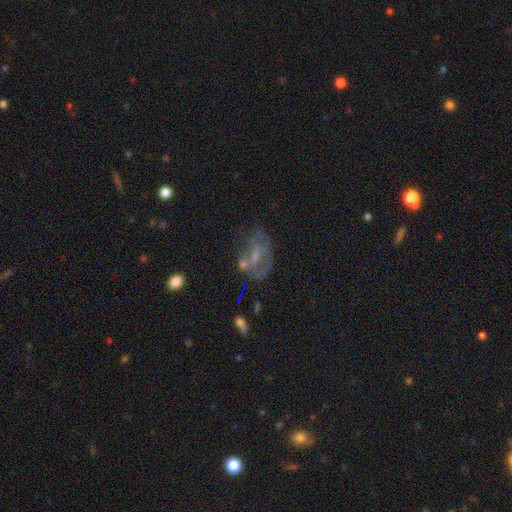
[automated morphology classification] featured or disk 58%, smooth 29%, star or artifact 13%. Down the decision tree: edge-on disk — no (95%); bar — no (54%); spiral arms — no (55%); bulge size — small (42%); merging — none (40%).